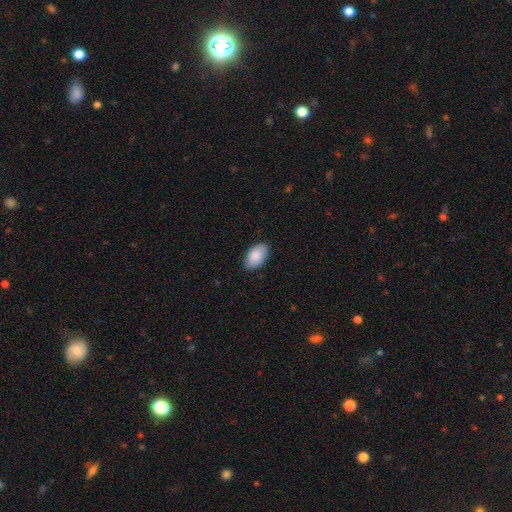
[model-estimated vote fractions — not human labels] The model was most divided on "merging": none: 86%, minor disturbance: 11%, major disturbance: 2%, merger: 1%. More confident: how rounded — in between (95%); smooth or featured — smooth (87%).